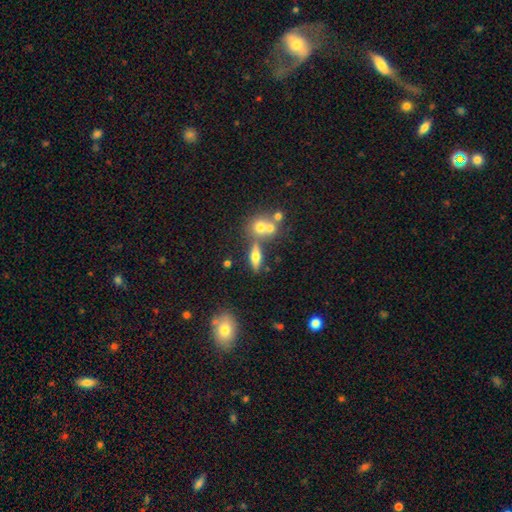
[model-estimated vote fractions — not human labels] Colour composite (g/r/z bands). It shows a featured or disk galaxy (48%). Merging: none (67%).